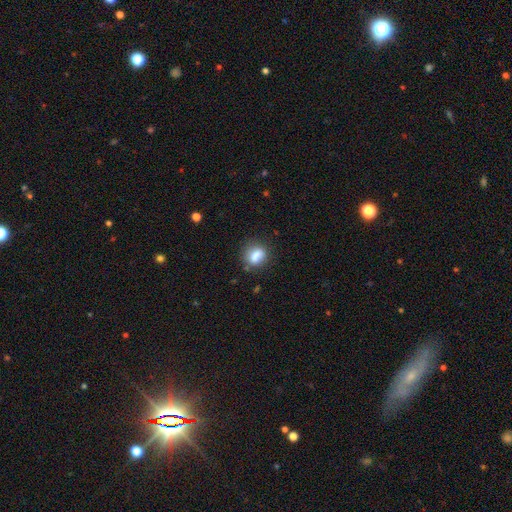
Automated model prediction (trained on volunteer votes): Smooth or featured: smooth — 80% (featured or disk — 10%)
How rounded: in between — 49% (tied with round — 49%)
Merging: none — 65% (minor disturbance — 21%)